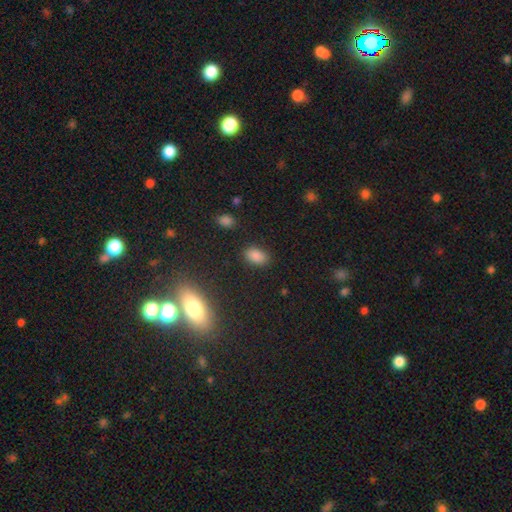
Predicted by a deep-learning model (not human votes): A smooth galaxy with no disk features (84%) that is in between round and cigar-shaped (90%). Merging: none (85%).